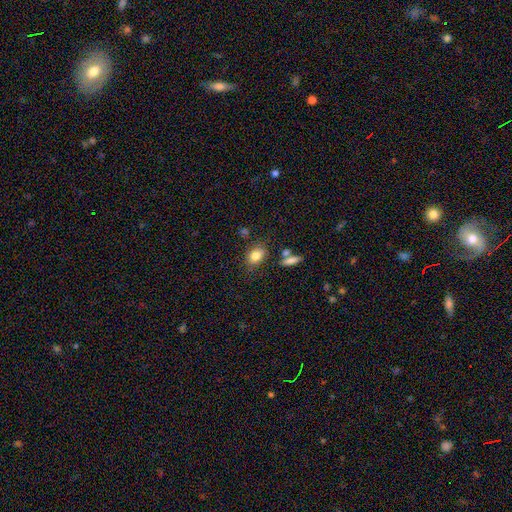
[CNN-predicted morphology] Smooth or featured: smooth — 81% (star or artifact — 10%)
How rounded: in between — 74% (round — 24%)
Merging: none — 73% (minor disturbance — 15%)